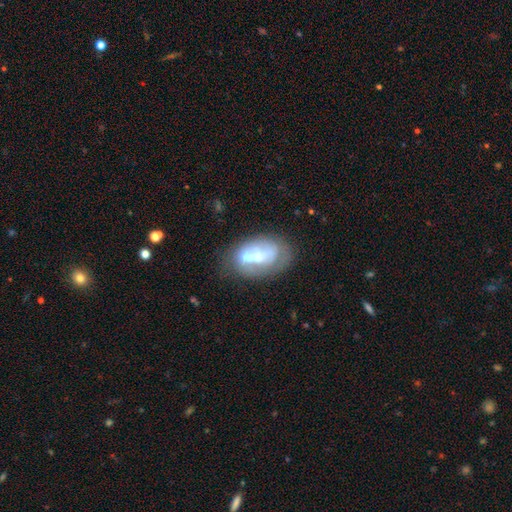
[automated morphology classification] Q: Smooth or featured?
A: featured or disk (50%); runner-up: smooth (42%)
Q: Merging?
A: none (44%); runner-up: minor disturbance (24%)